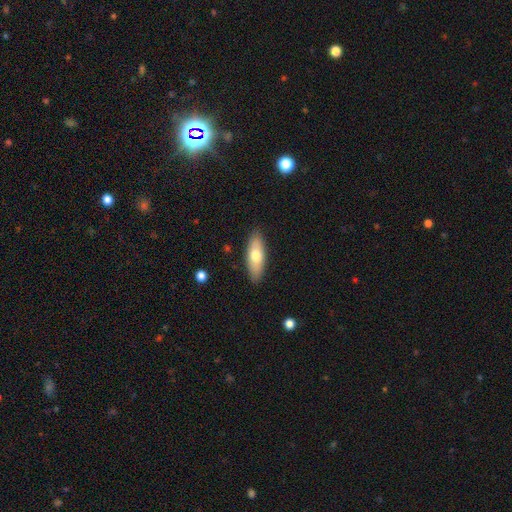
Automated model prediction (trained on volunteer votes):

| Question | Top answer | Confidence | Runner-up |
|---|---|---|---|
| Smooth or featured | smooth | 65% | featured or disk (29%) |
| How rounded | in between | 65% | cigar-shaped (32%) |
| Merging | none | 87% | minor disturbance (10%) |